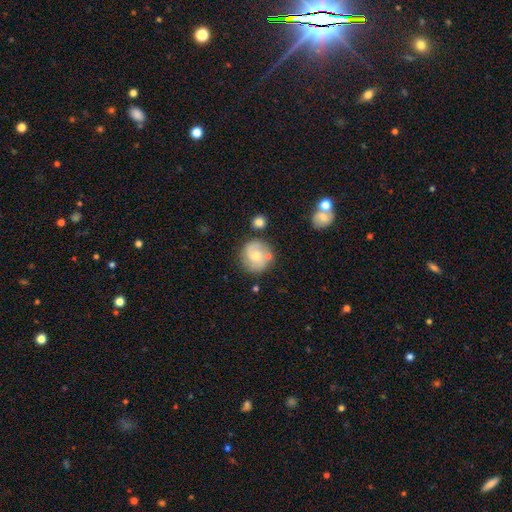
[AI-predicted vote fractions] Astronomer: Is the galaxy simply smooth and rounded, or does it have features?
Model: featured or disk — 53% (runner-up: smooth, 39%).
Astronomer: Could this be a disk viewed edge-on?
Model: no — 97%.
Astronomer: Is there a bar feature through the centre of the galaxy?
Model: no — 72%.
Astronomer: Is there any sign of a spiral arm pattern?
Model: yes — 83%.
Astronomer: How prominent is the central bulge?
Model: moderate — 50% (runner-up: small, 45%).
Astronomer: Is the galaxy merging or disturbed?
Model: none — 72%.